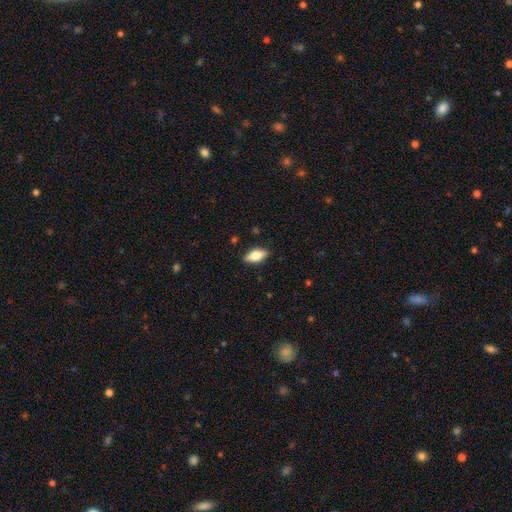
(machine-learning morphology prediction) type=smooth (68%); roundness=in between (83%); merging=none (87%).